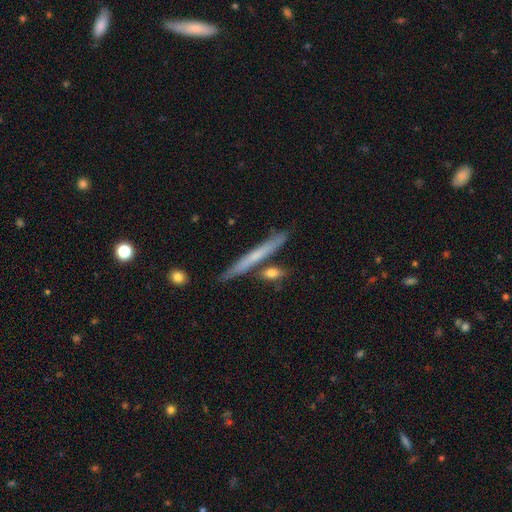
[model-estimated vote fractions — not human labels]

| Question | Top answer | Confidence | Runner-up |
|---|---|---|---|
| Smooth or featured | smooth | 48% | featured or disk (46%) |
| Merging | none | 81% | minor disturbance (10%) |